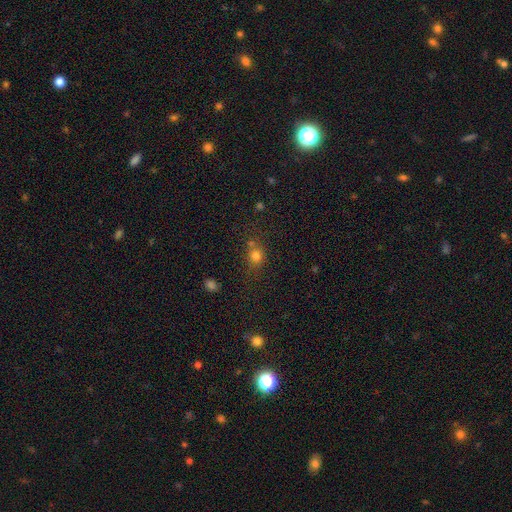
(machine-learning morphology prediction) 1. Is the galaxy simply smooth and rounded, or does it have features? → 75% smooth, 17% star or artifact, 8% featured or disk.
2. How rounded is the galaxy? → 73% round, 26% in between, 1% cigar-shaped.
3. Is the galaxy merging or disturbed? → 60% none, 19% merger, 15% minor disturbance, 6% major disturbance.